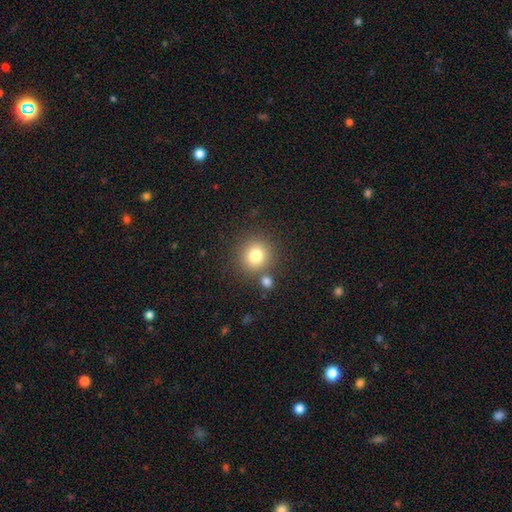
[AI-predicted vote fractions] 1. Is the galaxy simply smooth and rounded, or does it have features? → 79% smooth, 12% star or artifact, 8% featured or disk.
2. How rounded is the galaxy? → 92% round, 7% in between, 1% cigar-shaped.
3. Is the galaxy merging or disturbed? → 78% none, 10% merger, 8% minor disturbance, 3% major disturbance.